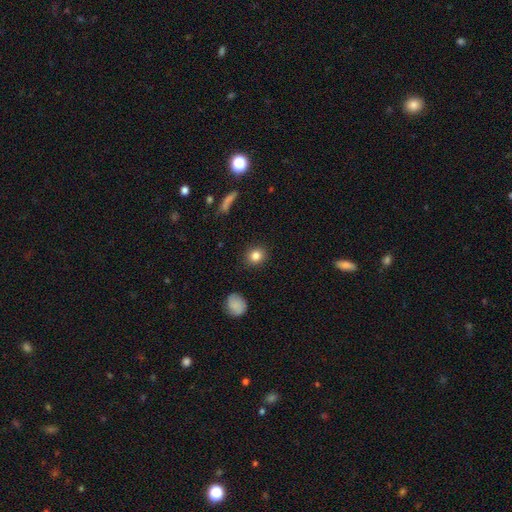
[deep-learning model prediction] Overall: smooth (84%). How rounded: round (81%). Merging: none (90%).